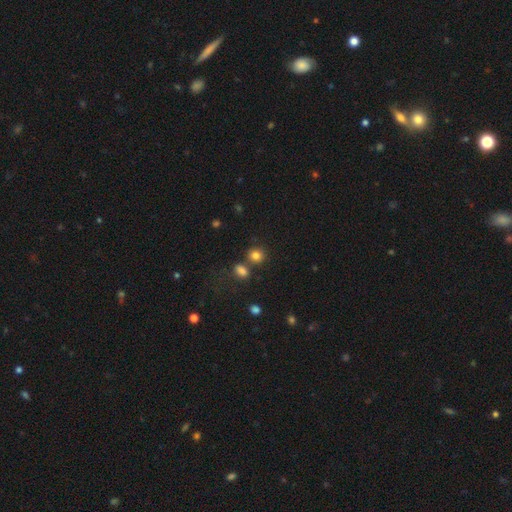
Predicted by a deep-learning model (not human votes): smooth 82%, star or artifact 12%, featured or disk 6%. Down the decision tree: how rounded — round (80%); merging — none (70%).